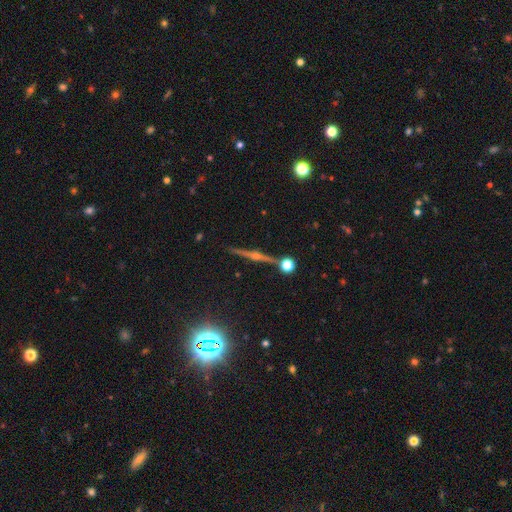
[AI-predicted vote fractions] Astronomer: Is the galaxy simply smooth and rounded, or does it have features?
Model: featured or disk — 78%.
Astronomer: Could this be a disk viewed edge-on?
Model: yes — 98%.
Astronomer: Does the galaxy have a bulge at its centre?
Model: rounded — 90%.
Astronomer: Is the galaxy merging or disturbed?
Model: none — 88%.